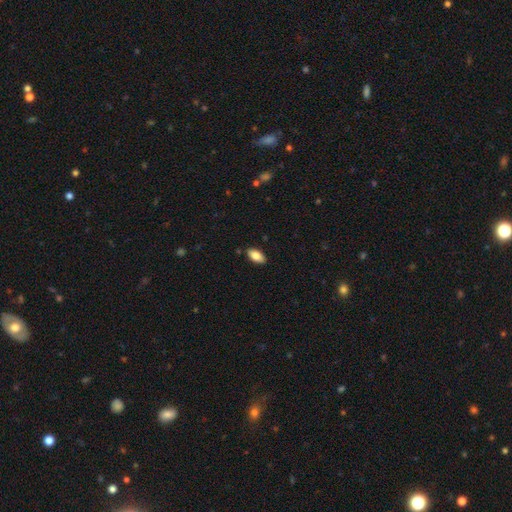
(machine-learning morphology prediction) type=smooth (83%); roundness=in between (93%); merging=none (88%).